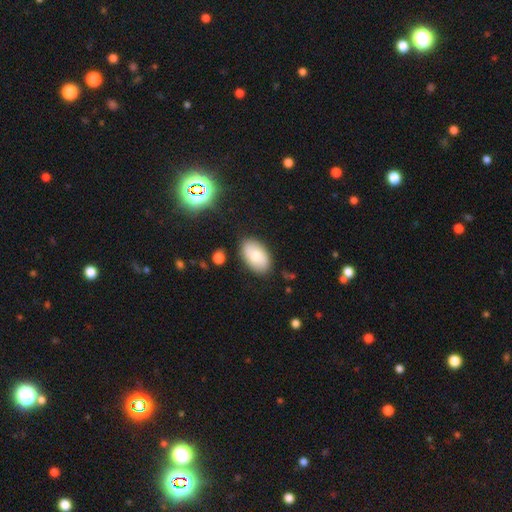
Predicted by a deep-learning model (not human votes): Smooth or featured? Predicted: smooth (p=0.73). How rounded? Predicted: in between (p=0.92). Merging? Predicted: none (p=0.85).